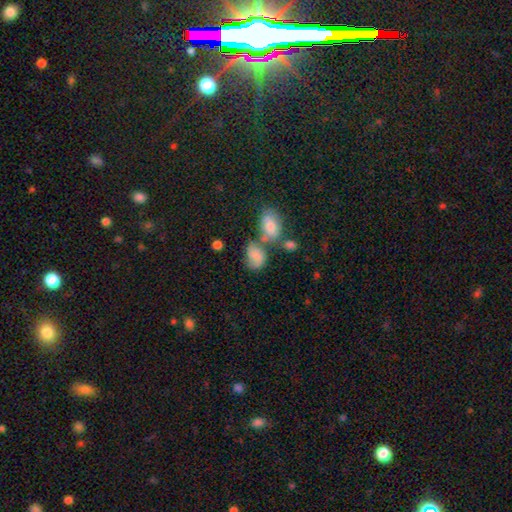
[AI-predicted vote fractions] smooth-or-featured: smooth: 68% | featured or disk: 22% | star or artifact: 10%
  how-rounded: in between: 75% | round: 23% | cigar-shaped: 2%
  merging: none: 36% | merger: 32% | minor disturbance: 20% | major disturbance: 11%